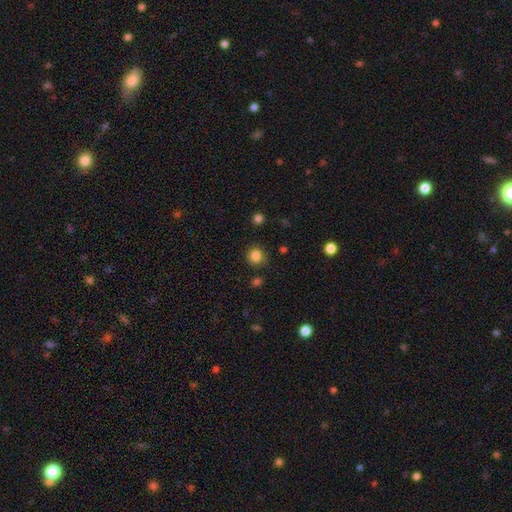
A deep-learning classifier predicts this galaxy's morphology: This is clearly a smooth galaxy (84%). How rounded: clearly round (91%). Merging: clearly none (87%).